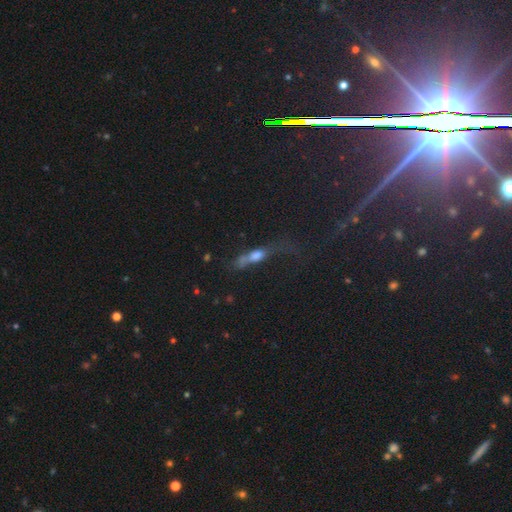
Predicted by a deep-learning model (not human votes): Morphology: type=smooth (43%); merging=none (35%).